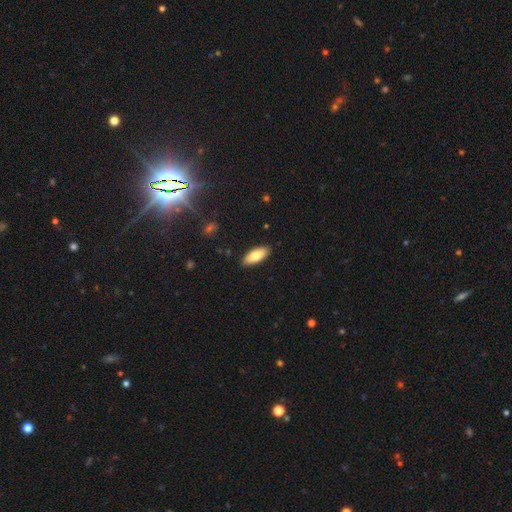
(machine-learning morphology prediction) smooth_or_featured: smooth (p=0.78) [alt: featured or disk p=0.16]
how_rounded: in between (p=0.79) [alt: cigar-shaped p=0.19]
merging: none (p=0.89) [alt: minor disturbance p=0.08]